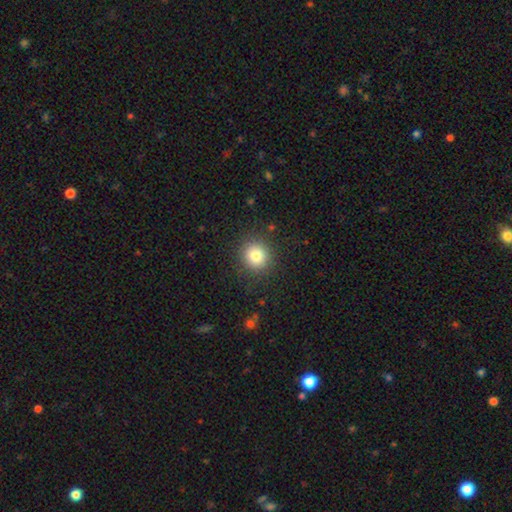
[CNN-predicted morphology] The model was most divided on "smooth or featured": smooth: 82%, star or artifact: 11%, featured or disk: 7%. More confident: how rounded — round (90%); merging — none (89%).